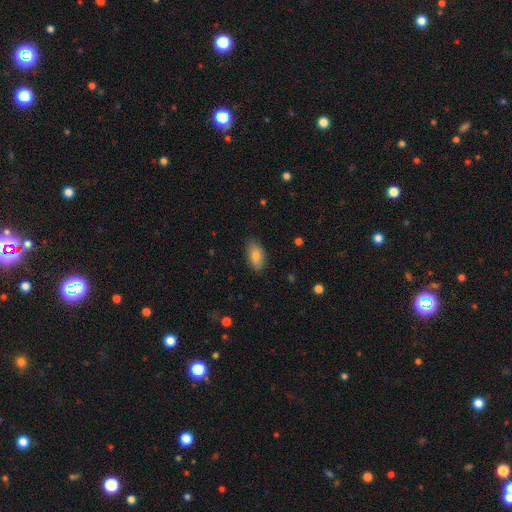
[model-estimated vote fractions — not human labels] Smooth or featured? smooth (81%)
How rounded? in between (92%)
Merging? none (83%)